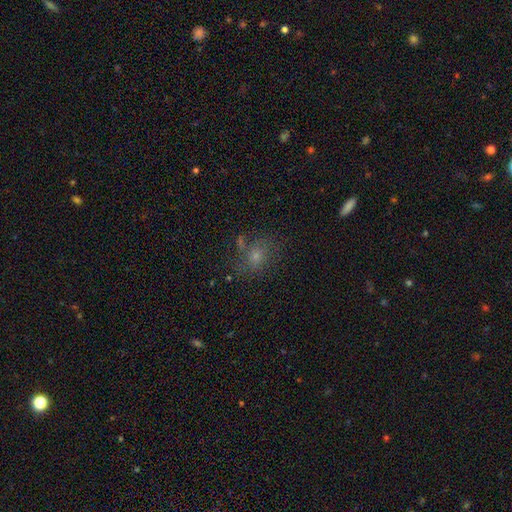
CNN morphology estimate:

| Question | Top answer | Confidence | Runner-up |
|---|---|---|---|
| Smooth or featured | smooth | 47% | star or artifact (28%) |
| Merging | none | 67% | minor disturbance (16%) |